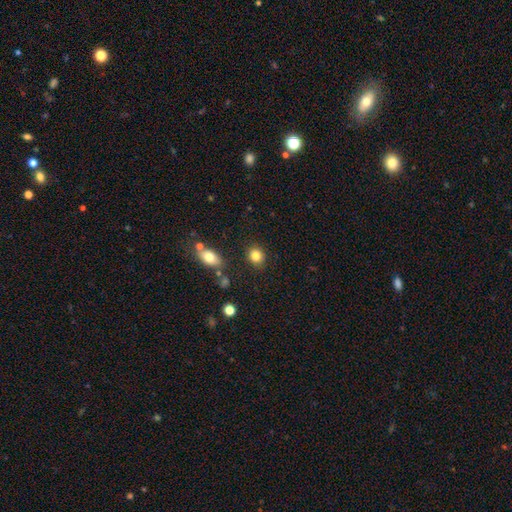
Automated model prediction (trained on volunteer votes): The model was most divided on "how rounded": round: 77%, in between: 22%, cigar-shaped: 1%. More confident: merging — none (87%); smooth or featured — smooth (84%).